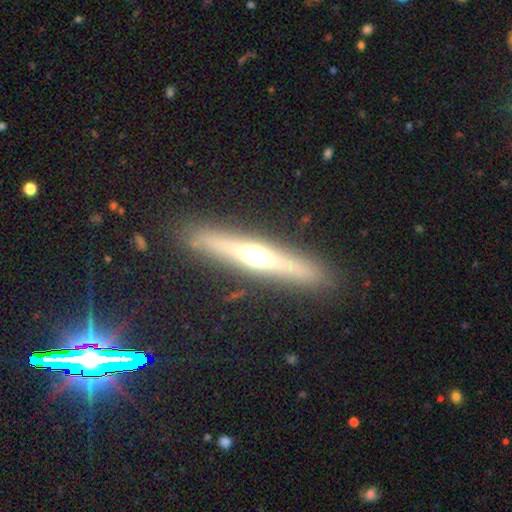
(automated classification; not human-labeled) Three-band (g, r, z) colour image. It shows a featured or disk galaxy (65%) viewed edge-on (95%) with a rounded central bulge (90%). Merging: none (90%).